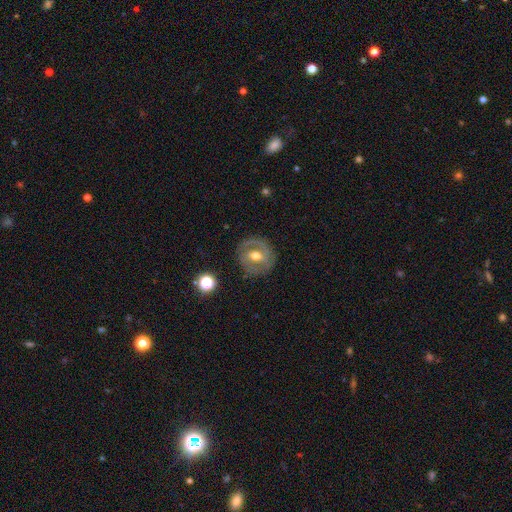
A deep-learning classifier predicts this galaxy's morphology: type=featured or disk (68%); edge-on=no (96%); bar=weak (46%); spiral arms=yes (66%); bulge=moderate (75%); merging=none (80%).